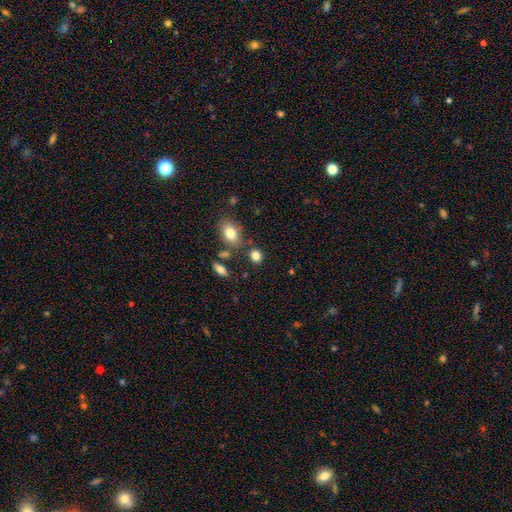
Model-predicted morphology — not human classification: Smooth or featured? Predicted: smooth (p=0.83). How rounded? Predicted: round (p=0.63). Merging? Predicted: none (p=0.75).